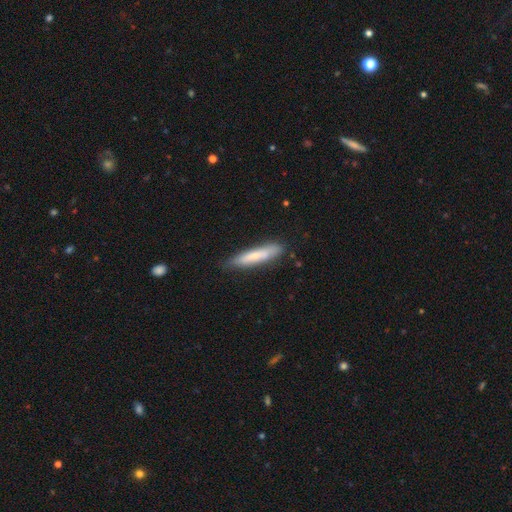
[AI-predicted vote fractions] smooth 67%, featured or disk 27%, star or artifact 6%. Down the decision tree: how rounded — cigar-shaped (86%); merging — none (79%).